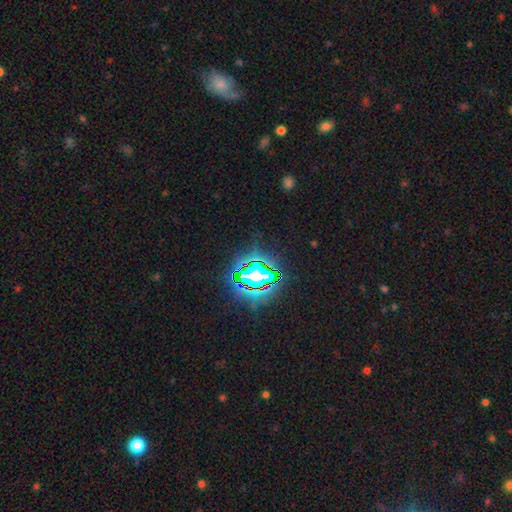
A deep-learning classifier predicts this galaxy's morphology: smooth_or_featured: star or artifact (p=0.78) [alt: smooth p=0.12]